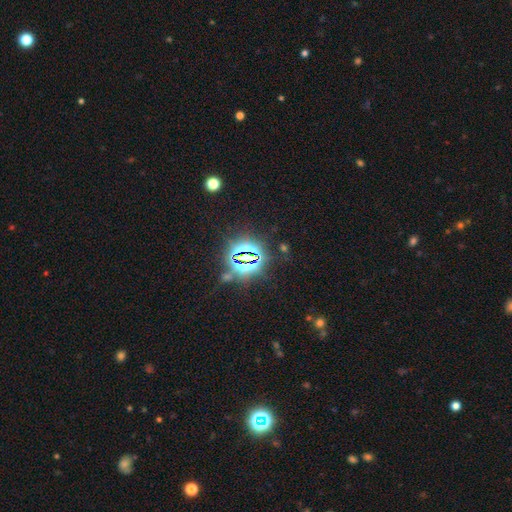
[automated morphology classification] Smooth or featured? star or artifact (81%)